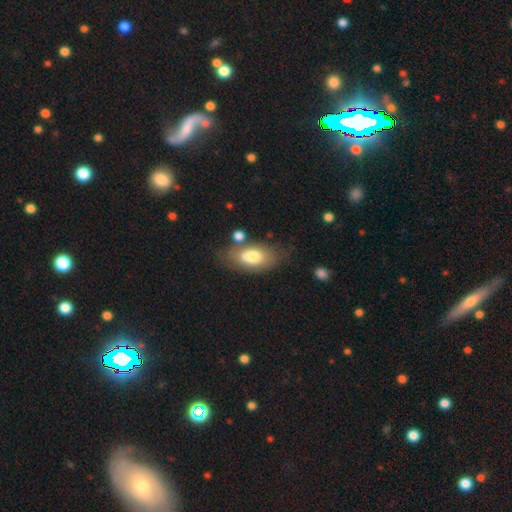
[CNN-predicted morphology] type=smooth (69%); roundness=in between (89%); merging=none (61%).